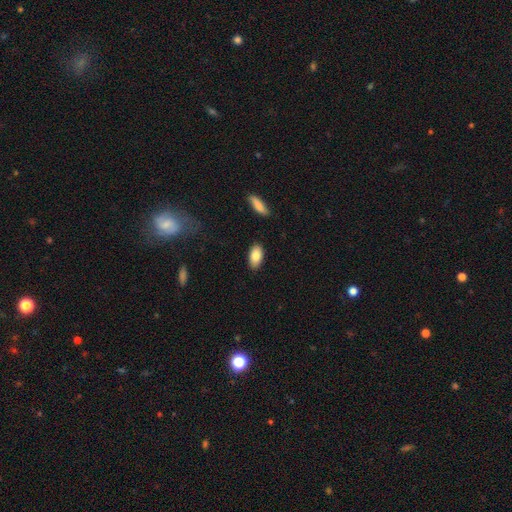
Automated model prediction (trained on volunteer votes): smooth_or_featured: smooth (p=0.84) [alt: featured or disk p=0.09]
how_rounded: in between (p=0.93) [alt: cigar-shaped p=0.03]
merging: none (p=0.87) [alt: minor disturbance p=0.09]